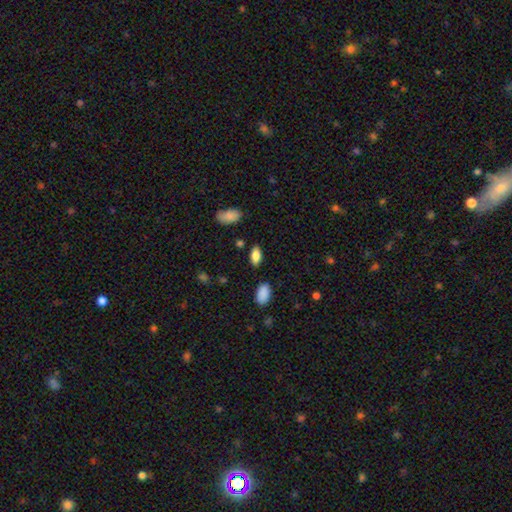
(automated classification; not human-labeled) Q: Smooth or featured?
A: smooth (84%); runner-up: featured or disk (8%)
Q: How rounded?
A: in between (90%); runner-up: cigar-shaped (7%)
Q: Merging?
A: none (84%); runner-up: minor disturbance (10%)